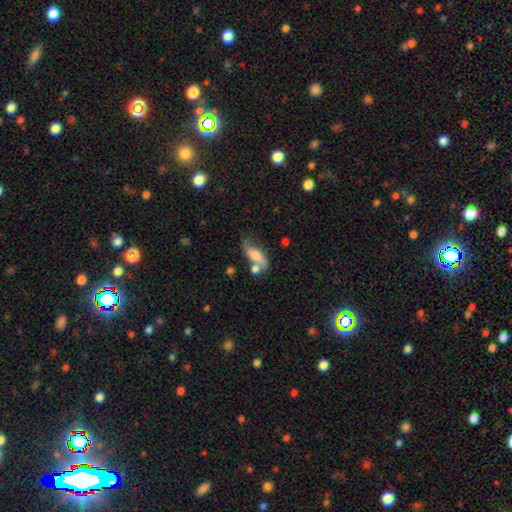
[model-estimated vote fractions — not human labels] A smooth galaxy with no disk features (51%) that is in between round and cigar-shaped (70%).

Vote fractions:
- Smooth or featured? smooth: 51% / featured or disk: 41% / star or artifact: 8%
- How rounded? in between: 70% / cigar-shaped: 25% / round: 5%
- Merging? none: 44% / merger: 25% / minor disturbance: 21% / major disturbance: 10%